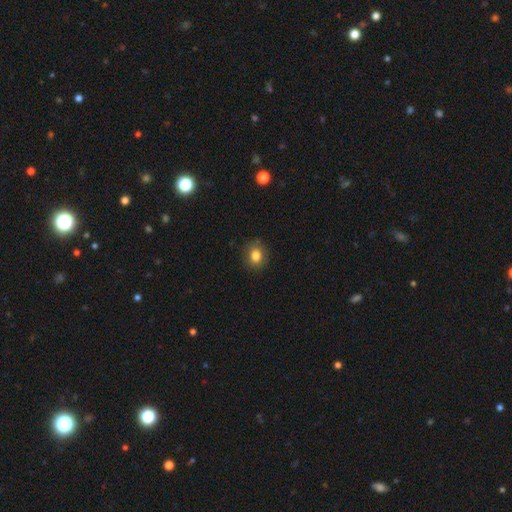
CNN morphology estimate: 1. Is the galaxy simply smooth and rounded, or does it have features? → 83% smooth, 10% star or artifact, 8% featured or disk.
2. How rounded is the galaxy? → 65% round, 34% in between, 1% cigar-shaped.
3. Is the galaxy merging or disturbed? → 86% none, 10% minor disturbance, 3% major disturbance, 1% merger.